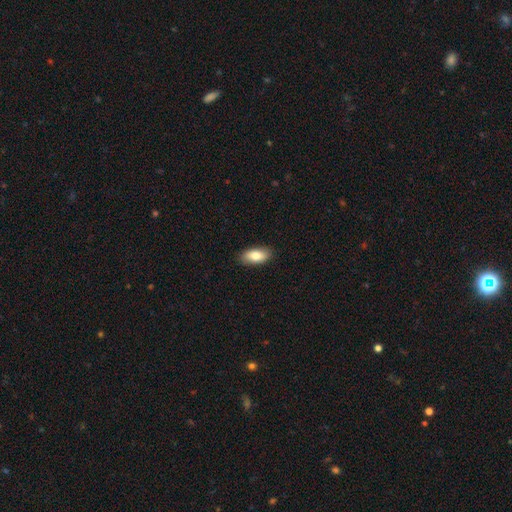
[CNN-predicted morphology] A smooth galaxy with no disk features (81%) that is in between round and cigar-shaped (89%).

Vote fractions:
- Smooth or featured? smooth: 81% / featured or disk: 13% / star or artifact: 6%
- How rounded? in between: 89% / cigar-shaped: 8% / round: 3%
- Merging? none: 89% / minor disturbance: 9% / major disturbance: 2% / merger: 1%